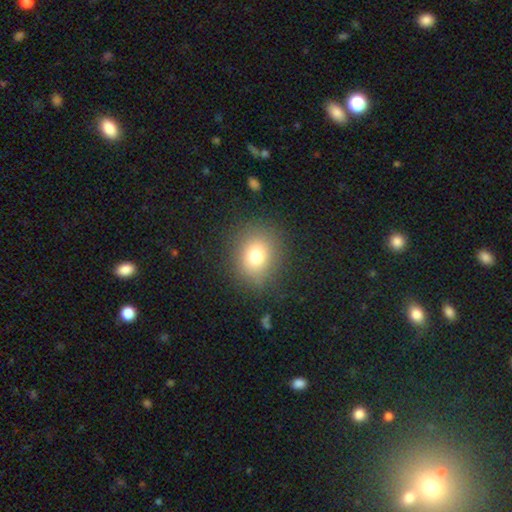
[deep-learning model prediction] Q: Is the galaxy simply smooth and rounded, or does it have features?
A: smooth — 75%.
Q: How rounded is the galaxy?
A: round — 70%.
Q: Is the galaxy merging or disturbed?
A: none — 85%.